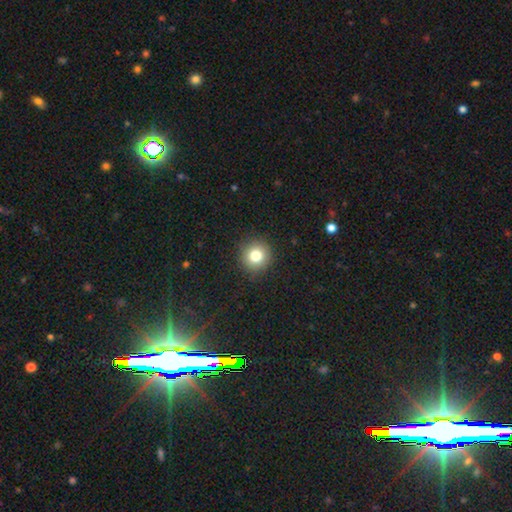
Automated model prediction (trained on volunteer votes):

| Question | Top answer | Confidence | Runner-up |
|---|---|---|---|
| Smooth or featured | smooth | 80% | star or artifact (12%) |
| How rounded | round | 93% | in between (6%) |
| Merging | none | 91% | minor disturbance (6%) |